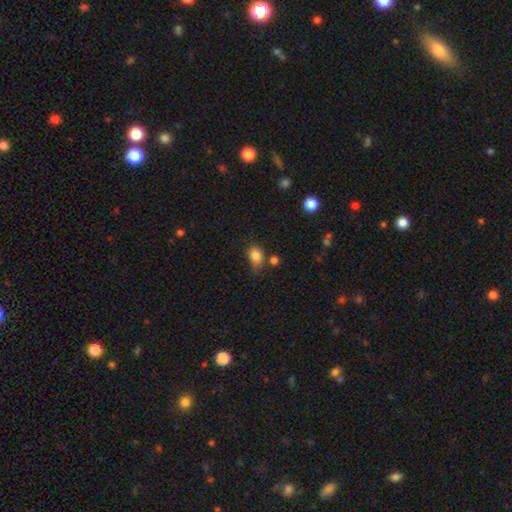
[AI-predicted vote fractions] Smooth or featured? Predicted: smooth (p=0.83). How rounded? Predicted: in between (p=0.60). Merging? Predicted: none (p=0.52).